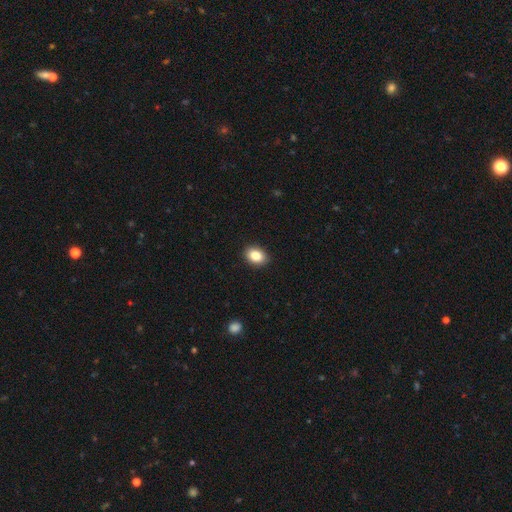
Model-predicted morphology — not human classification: smooth_or_featured: smooth (p=0.86) [alt: star or artifact p=0.09]
how_rounded: in between (p=0.70) [alt: round p=0.29]
merging: none (p=0.91) [alt: minor disturbance p=0.07]